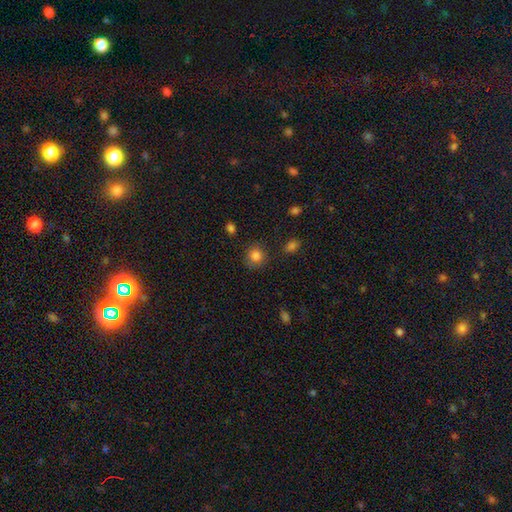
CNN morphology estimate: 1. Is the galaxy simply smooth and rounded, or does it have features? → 83% smooth, 11% star or artifact, 5% featured or disk.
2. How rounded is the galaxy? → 88% round, 11% in between, 1% cigar-shaped.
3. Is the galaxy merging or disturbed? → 84% none, 10% minor disturbance, 3% major disturbance, 3% merger.